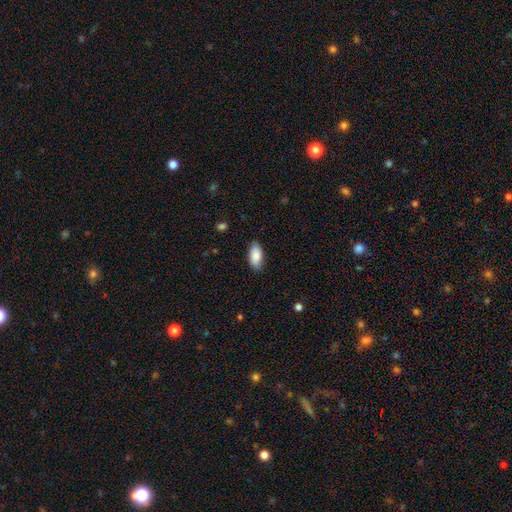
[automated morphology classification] type=smooth (87%); roundness=in between (93%); merging=none (84%).